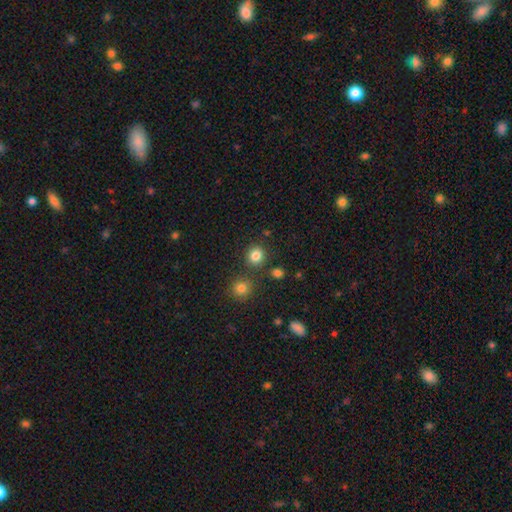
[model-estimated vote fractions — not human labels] This is clearly a smooth galaxy (83%). How rounded: clearly round (89%). Merging: clearly none (84%).